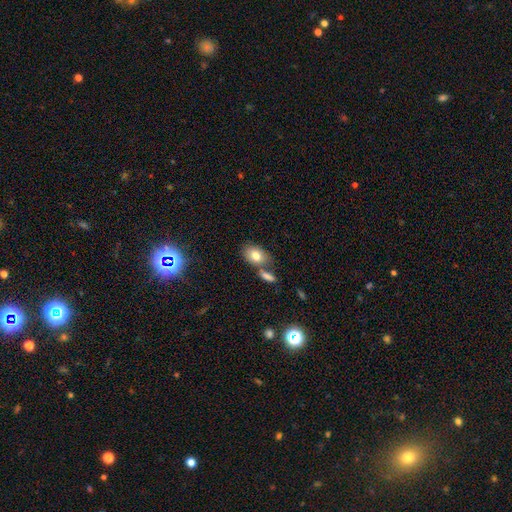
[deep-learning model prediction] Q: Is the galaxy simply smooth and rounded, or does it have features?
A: smooth — 78%.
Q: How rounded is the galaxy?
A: in between — 79%.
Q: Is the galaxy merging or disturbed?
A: none — 57%.